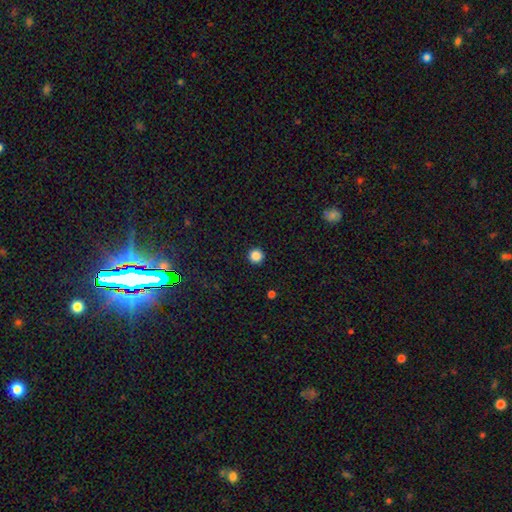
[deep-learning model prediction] This appears to be a smooth galaxy with no disk features (87%) that is round (97%). Merging: none (93%).